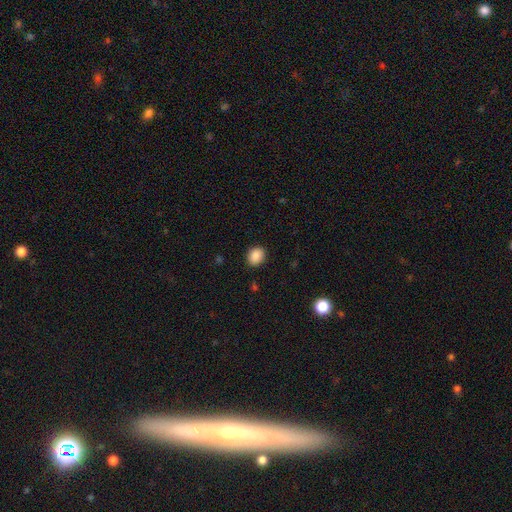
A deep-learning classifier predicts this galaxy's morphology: Smooth or featured?
  - smooth: 89% *
  - star or artifact: 8%
  - featured or disk: 3%
How rounded?
  - round: 54% *
  - in between: 45%
  - cigar-shaped: 1%
Merging?
  - none: 88% *
  - minor disturbance: 8%
  - major disturbance: 2%
  - merger: 1%